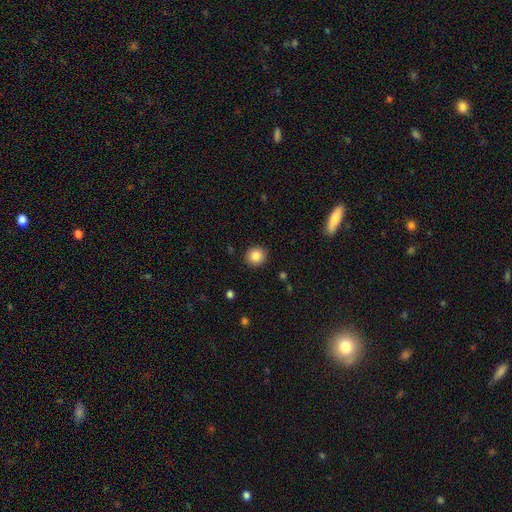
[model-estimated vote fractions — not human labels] Smooth or featured? smooth (86%)
How rounded? round (90%)
Merging? none (90%)